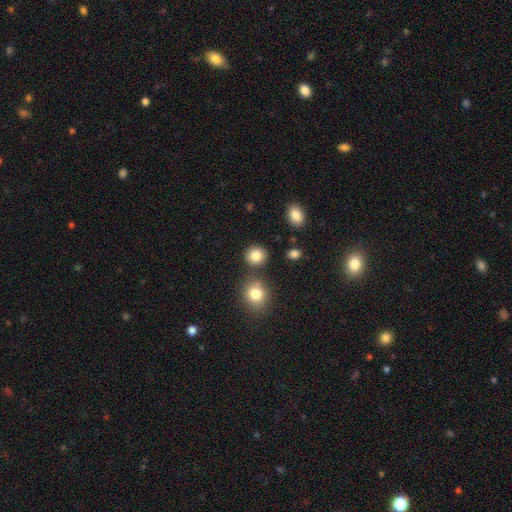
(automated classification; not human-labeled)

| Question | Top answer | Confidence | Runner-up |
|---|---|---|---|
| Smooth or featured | smooth | 84% | star or artifact (10%) |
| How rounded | round | 86% | in between (14%) |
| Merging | none | 83% | minor disturbance (8%) |